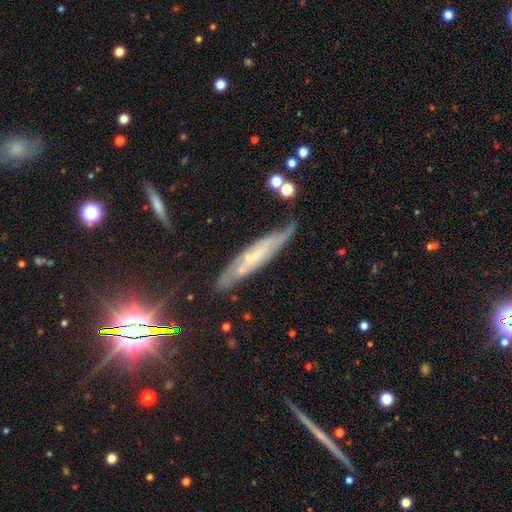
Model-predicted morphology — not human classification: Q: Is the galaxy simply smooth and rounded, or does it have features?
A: featured or disk — 61%.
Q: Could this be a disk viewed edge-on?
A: yes — 53%.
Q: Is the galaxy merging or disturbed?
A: none — 65%.